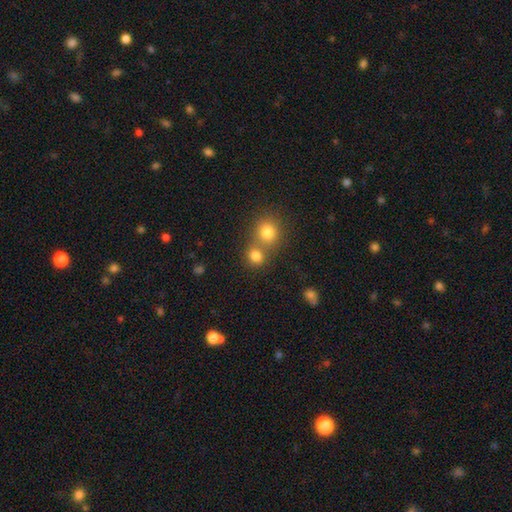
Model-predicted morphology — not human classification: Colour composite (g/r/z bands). It shows a smooth galaxy with no disk features (80%) that is round (83%). Merging: none (49%).